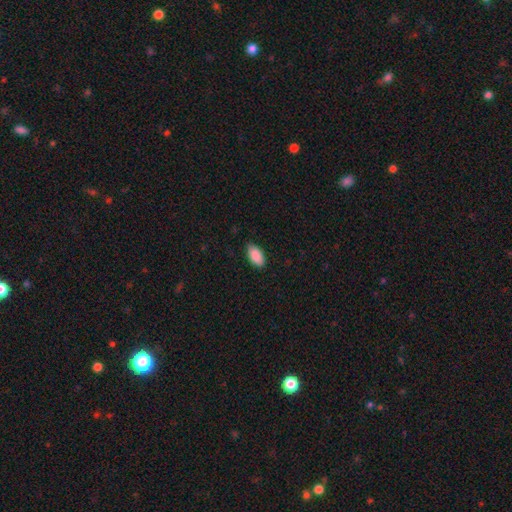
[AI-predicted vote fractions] Q: Smooth or featured?
A: smooth (90%); runner-up: star or artifact (6%)
Q: How rounded?
A: in between (94%); runner-up: cigar-shaped (3%)
Q: Merging?
A: none (85%); runner-up: minor disturbance (12%)